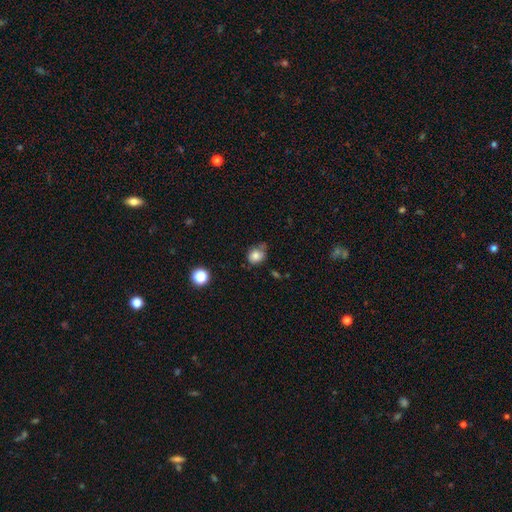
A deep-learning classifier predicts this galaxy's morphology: A smooth galaxy with no disk features (80%) that is round (66%). Merging: none (51%).